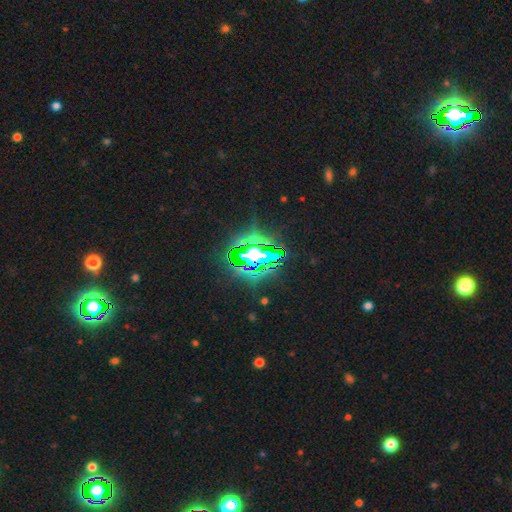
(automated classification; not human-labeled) This is likely a star or artifact rather than a galaxy (76%).